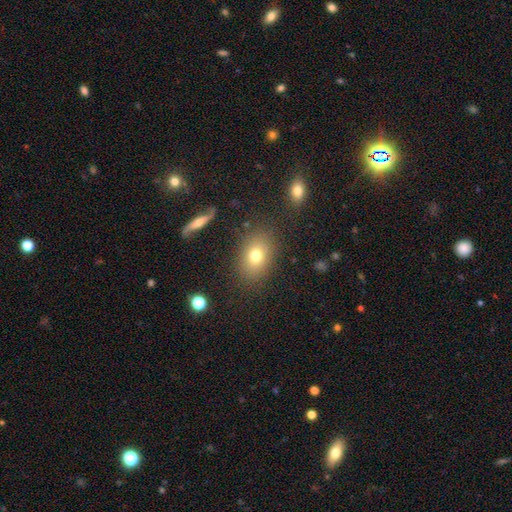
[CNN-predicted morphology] Smooth or featured? Predicted: smooth (p=0.74). How rounded? Predicted: in between (p=0.70). Merging? Predicted: none (p=0.83).